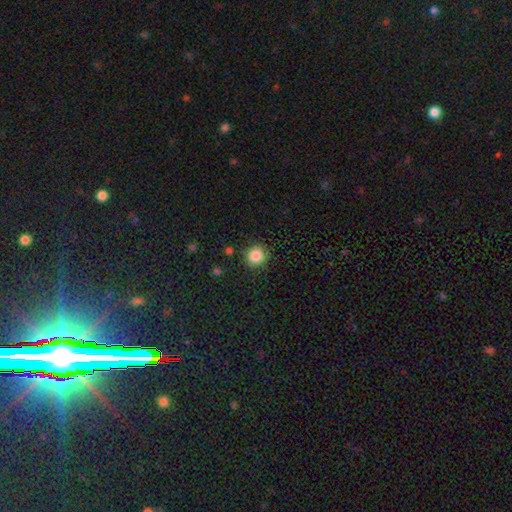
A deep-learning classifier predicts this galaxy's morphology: Smooth or featured: smooth — 85% (star or artifact — 10%)
How rounded: round — 92% (in between — 7%)
Merging: none — 88% (minor disturbance — 7%)